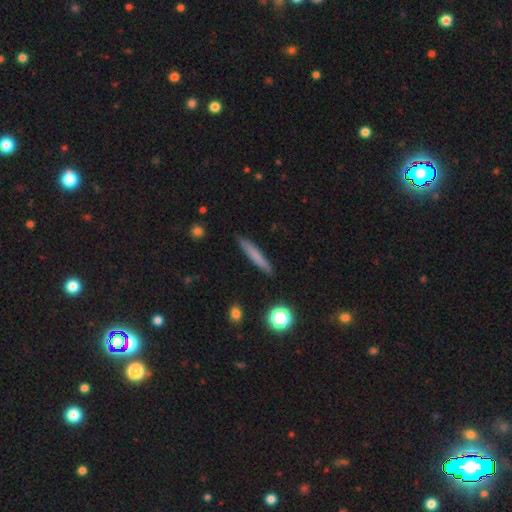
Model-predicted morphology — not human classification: smooth 71%, featured or disk 21%, star or artifact 8%. Down the decision tree: how rounded — cigar-shaped (94%); merging — none (90%).